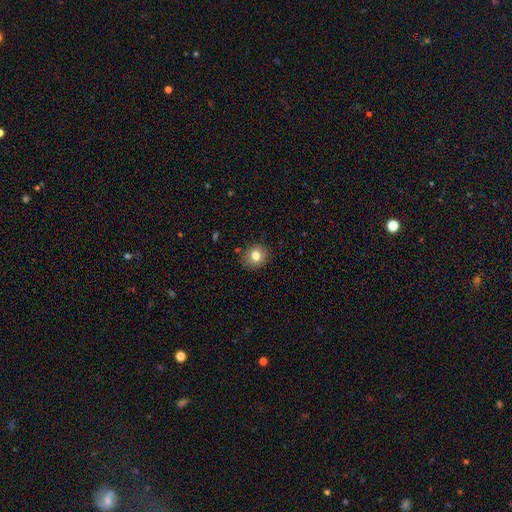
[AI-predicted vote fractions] smooth 80%, star or artifact 10%, featured or disk 10%. Down the decision tree: how rounded — round (76%); merging — none (86%).